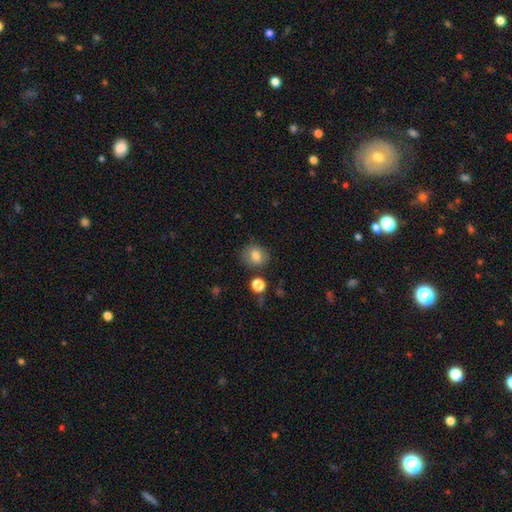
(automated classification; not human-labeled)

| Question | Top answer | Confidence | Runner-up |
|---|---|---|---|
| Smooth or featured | smooth | 81% | star or artifact (10%) |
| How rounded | round | 72% | in between (27%) |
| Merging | none | 80% | minor disturbance (12%) |